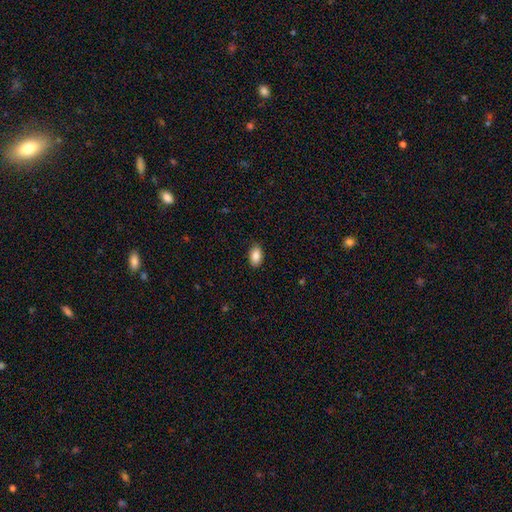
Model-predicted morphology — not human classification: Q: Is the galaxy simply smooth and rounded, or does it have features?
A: smooth — 86%.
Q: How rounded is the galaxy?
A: in between — 92%.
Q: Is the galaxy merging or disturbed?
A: none — 88%.